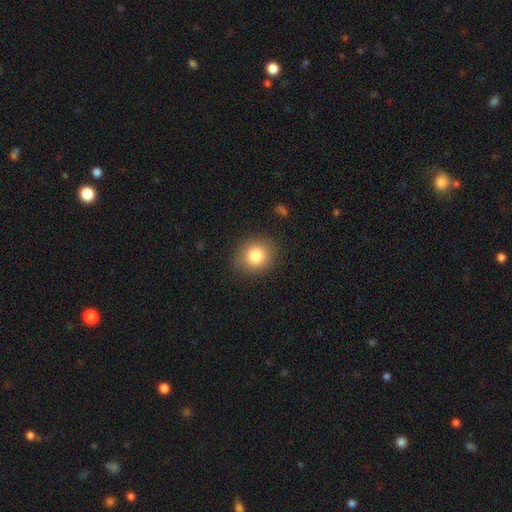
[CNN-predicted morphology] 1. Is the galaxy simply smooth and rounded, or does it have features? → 83% smooth, 10% star or artifact, 7% featured or disk.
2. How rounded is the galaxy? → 81% round, 18% in between, 1% cigar-shaped.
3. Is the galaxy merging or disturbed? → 87% none, 9% minor disturbance, 3% major disturbance, 1% merger.